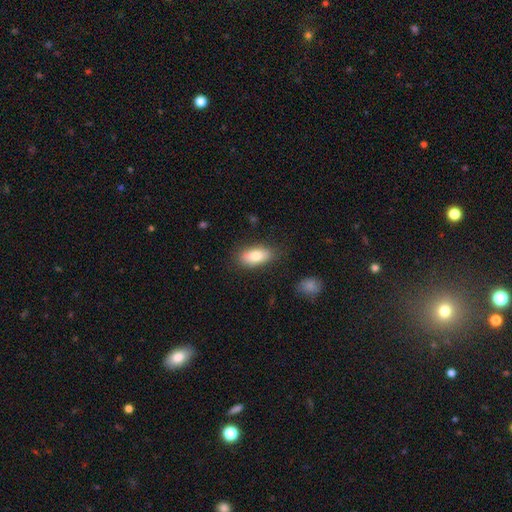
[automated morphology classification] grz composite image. It shows a smooth galaxy with no disk features (80%) that is in between round and cigar-shaped (89%). Merging: none (79%).